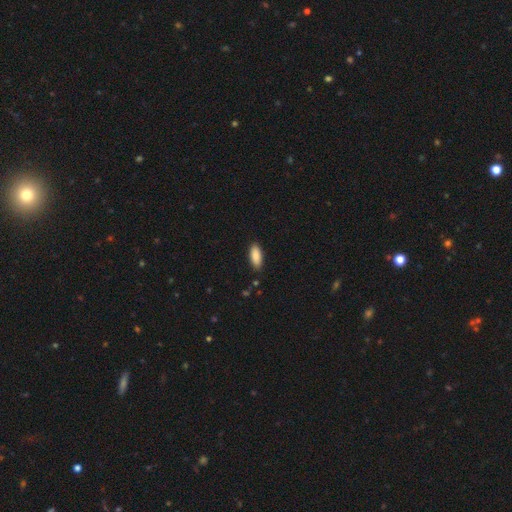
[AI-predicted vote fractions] The model was most divided on "how rounded": in between: 80%, cigar-shaped: 18%, round: 2%. More confident: smooth or featured — smooth (89%); merging — none (86%).